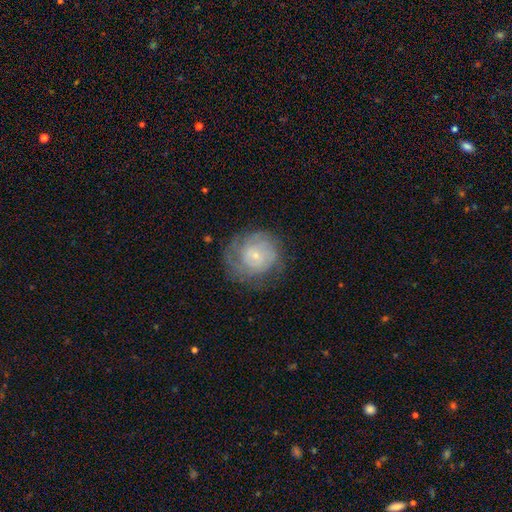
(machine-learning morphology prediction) The model was most divided on "smooth or featured": featured or disk: 59%, smooth: 34%, star or artifact: 8%. More confident: edge-on disk — no (98%); spiral arms — yes (77%); bulge size — small (77%); bar — no (73%); merging — none (65%).